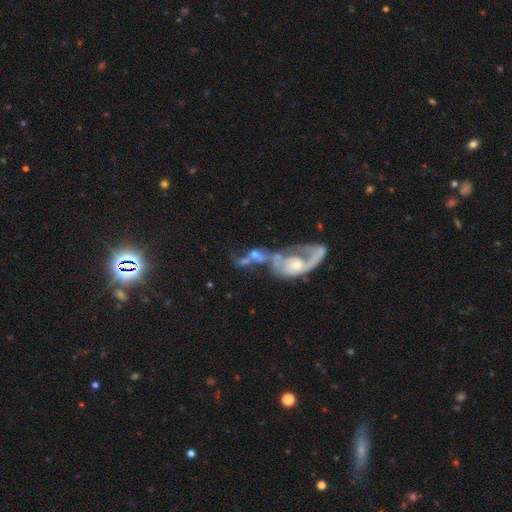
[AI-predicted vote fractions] This is likely a featured or disk galaxy (67%). It is clearly not viewed edge-on (95%). Bar: likely no (74%). Spiral arm pattern: possibly yes (55%). Central bulge: marginally moderate (44%). Merging: likely merger (60%).